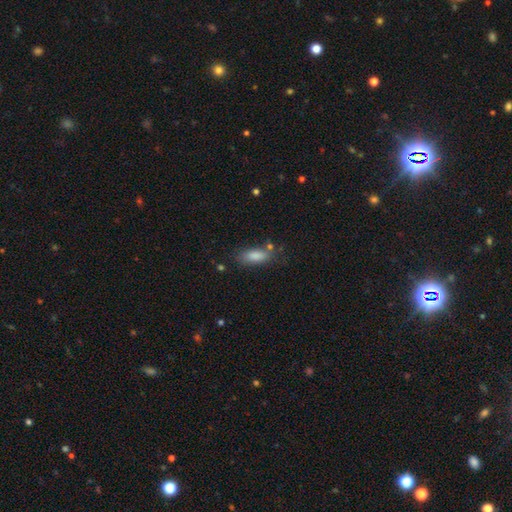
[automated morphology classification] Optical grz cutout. It shows a smooth galaxy with no disk features (84%) that is in between round and cigar-shaped (75%). Merging: none (68%).